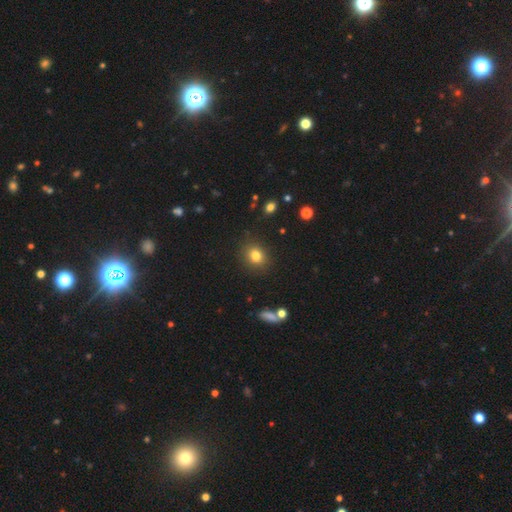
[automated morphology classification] A smooth galaxy with no disk features (80%) that is round (66%). Merging: none (87%).